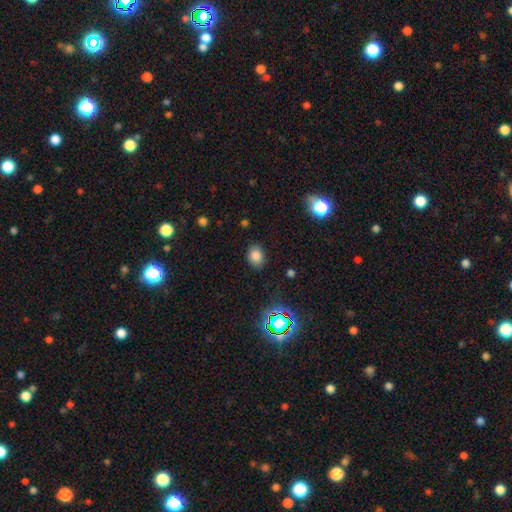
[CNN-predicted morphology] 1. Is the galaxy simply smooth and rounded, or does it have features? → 80% smooth, 14% star or artifact, 6% featured or disk.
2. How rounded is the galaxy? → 54% in between, 45% round, 1% cigar-shaped.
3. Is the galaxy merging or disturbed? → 83% none, 12% minor disturbance, 3% major disturbance, 1% merger.